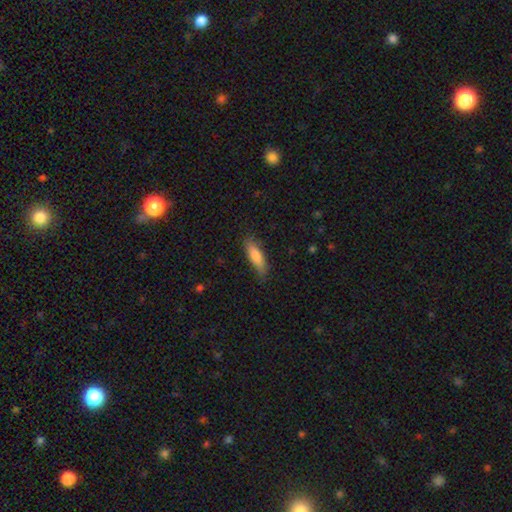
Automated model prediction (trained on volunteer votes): Smooth or featured?
  - smooth: 78% *
  - featured or disk: 16%
  - star or artifact: 6%
How rounded?
  - cigar-shaped: 59% *
  - in between: 39%
  - round: 2%
Merging?
  - none: 78% *
  - minor disturbance: 17%
  - major disturbance: 3%
  - merger: 1%